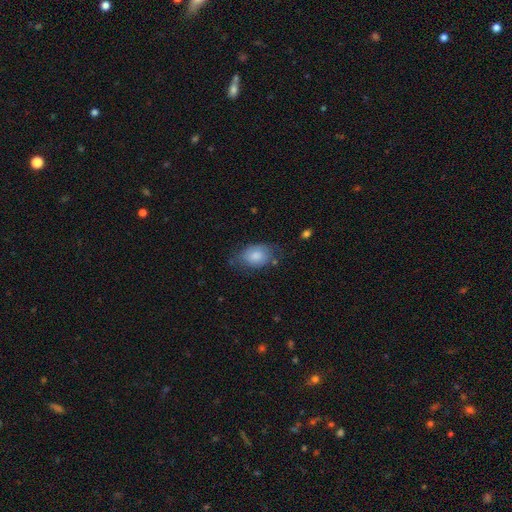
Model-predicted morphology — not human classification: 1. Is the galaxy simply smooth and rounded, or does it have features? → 80% smooth, 13% featured or disk, 7% star or artifact.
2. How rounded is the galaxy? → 83% in between, 16% round, 1% cigar-shaped.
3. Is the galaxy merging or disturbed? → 58% none, 30% minor disturbance, 10% major disturbance, 3% merger.